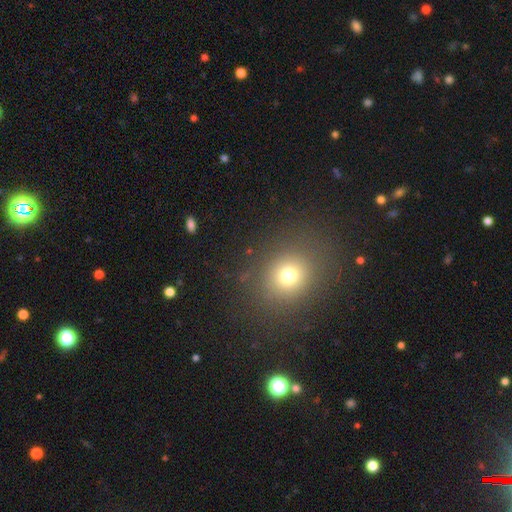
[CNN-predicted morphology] This is likely a smooth galaxy (61%). How rounded: likely round (72%). Merging: clearly none (89%).